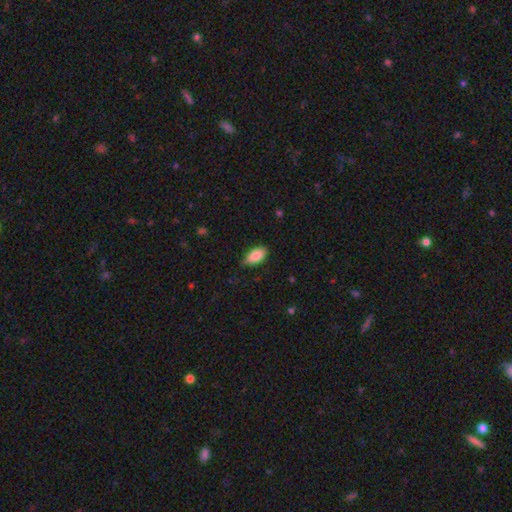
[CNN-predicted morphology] smooth 85%, featured or disk 8%, star or artifact 7%. Down the decision tree: how rounded — in between (92%); merging — none (68%).